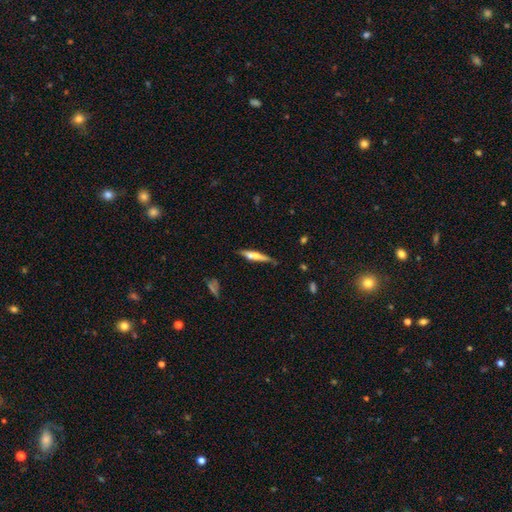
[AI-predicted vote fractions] The model was most divided on "smooth or featured": smooth: 49%, featured or disk: 44%, star or artifact: 7%. More confident: merging — none (67%).